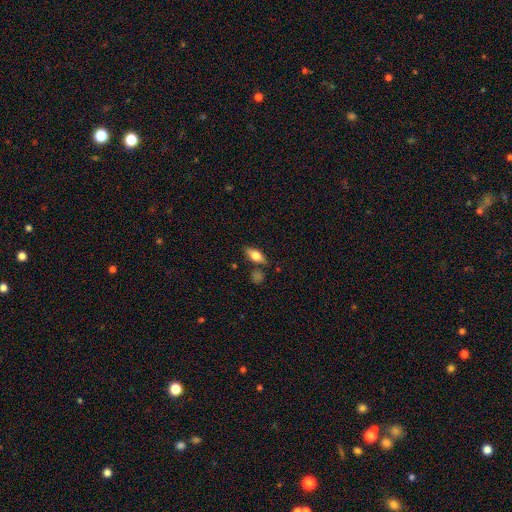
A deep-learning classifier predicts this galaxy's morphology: A smooth galaxy with no disk features (56%) that is in between round and cigar-shaped (72%).

Vote fractions:
- Smooth or featured? smooth: 56% / featured or disk: 36% / star or artifact: 8%
- How rounded? in between: 72% / cigar-shaped: 23% / round: 5%
- Merging? none: 76% / minor disturbance: 14% / merger: 6% / major disturbance: 4%